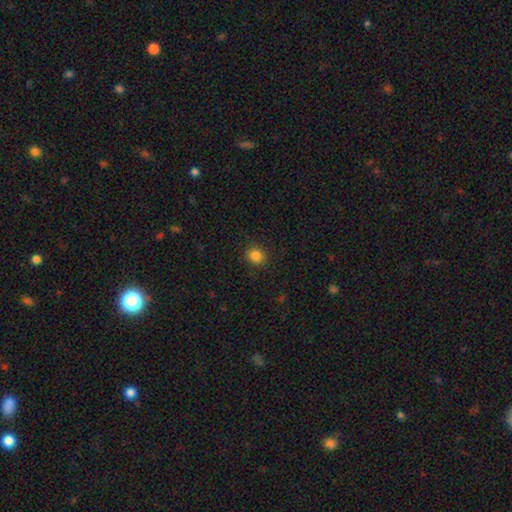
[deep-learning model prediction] Q: Smooth or featured?
A: smooth (85%); runner-up: star or artifact (12%)
Q: How rounded?
A: round (78%); runner-up: in between (21%)
Q: Merging?
A: none (89%); runner-up: minor disturbance (7%)